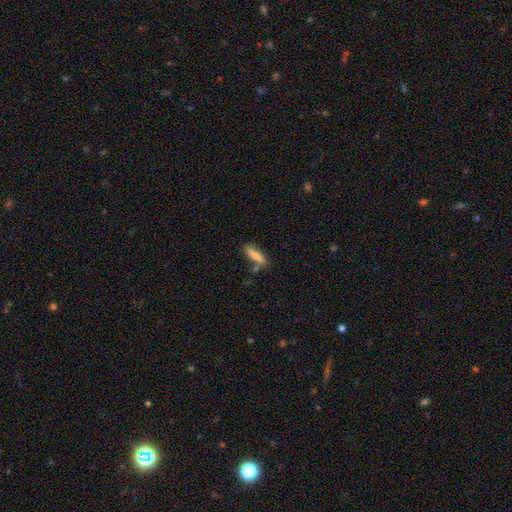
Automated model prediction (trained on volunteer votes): Q: Smooth or featured?
A: smooth (73%); runner-up: featured or disk (20%)
Q: How rounded?
A: cigar-shaped (71%); runner-up: in between (27%)
Q: Merging?
A: none (67%); runner-up: minor disturbance (18%)